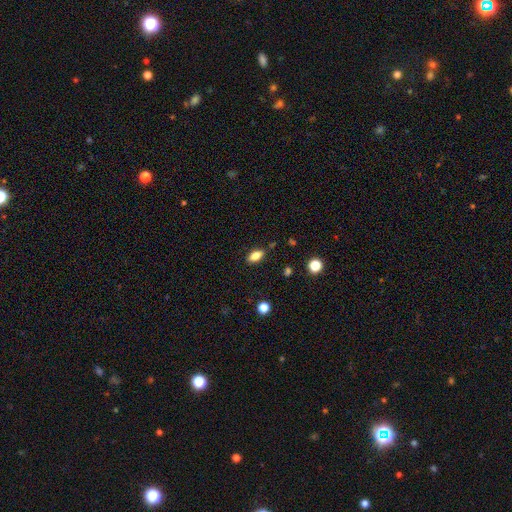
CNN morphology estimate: This appears to be a smooth galaxy with no disk features (79%) that is in between round and cigar-shaped (87%). Merging: none (85%).